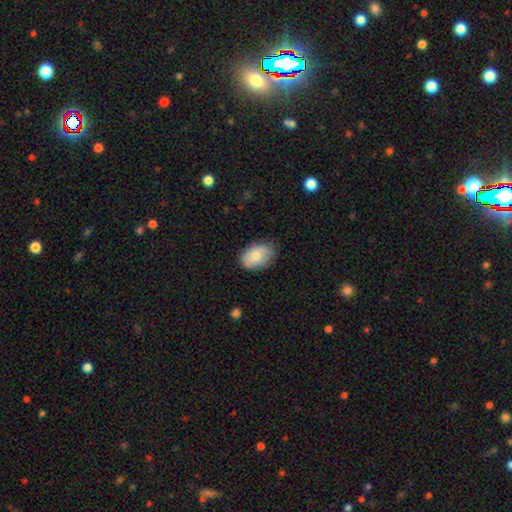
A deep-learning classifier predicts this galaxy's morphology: Smooth or featured?
  - smooth: 78% *
  - featured or disk: 15%
  - star or artifact: 7%
How rounded?
  - in between: 89% *
  - round: 10%
  - cigar-shaped: 1%
Merging?
  - none: 76% *
  - minor disturbance: 19%
  - major disturbance: 4%
  - merger: 1%